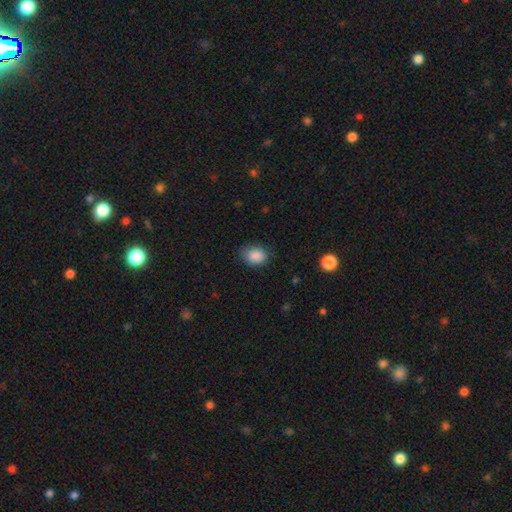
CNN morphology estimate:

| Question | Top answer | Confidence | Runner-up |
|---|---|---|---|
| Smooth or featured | smooth | 87% | star or artifact (9%) |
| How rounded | in between | 60% | round (39%) |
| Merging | none | 72% | minor disturbance (22%) |